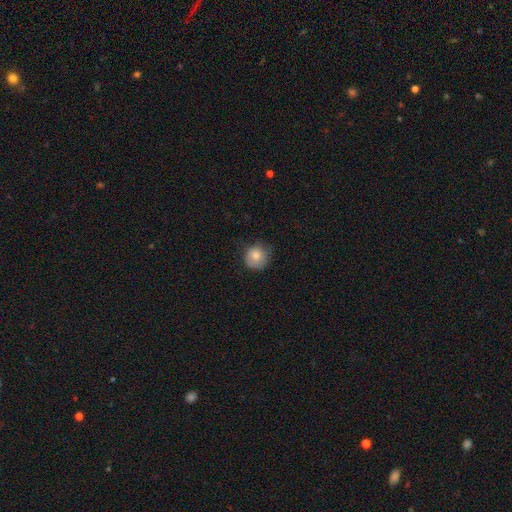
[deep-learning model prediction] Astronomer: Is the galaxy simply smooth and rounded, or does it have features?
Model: smooth — 78%.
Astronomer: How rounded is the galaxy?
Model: round — 88%.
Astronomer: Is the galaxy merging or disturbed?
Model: none — 67%.